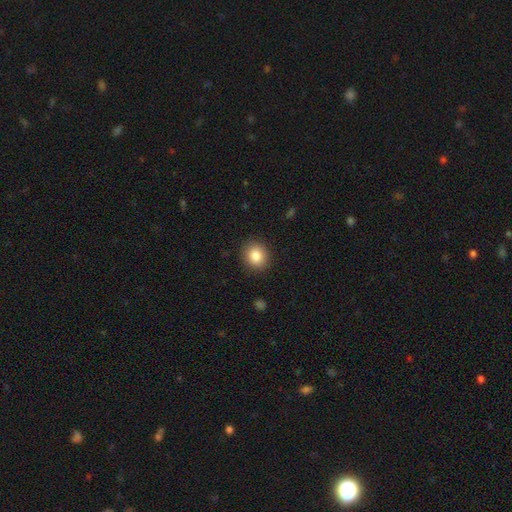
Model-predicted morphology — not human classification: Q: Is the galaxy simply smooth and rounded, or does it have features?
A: smooth — 85%.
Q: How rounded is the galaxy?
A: round — 75%.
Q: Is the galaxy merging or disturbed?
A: none — 89%.